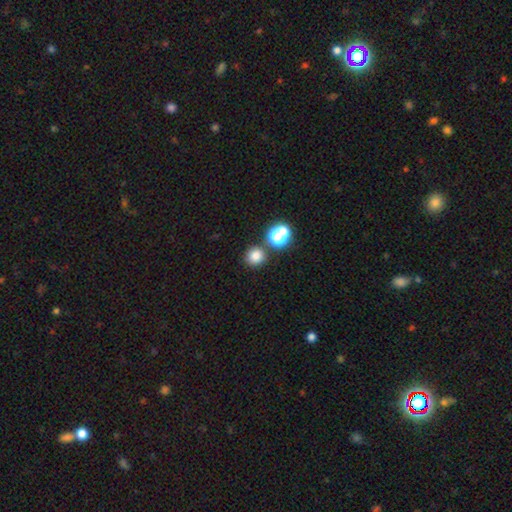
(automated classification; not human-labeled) smooth_or_featured: smooth (p=0.76) [alt: star or artifact p=0.17]
how_rounded: round (p=0.91) [alt: in between p=0.08]
merging: none (p=0.77) [alt: merger p=0.12]